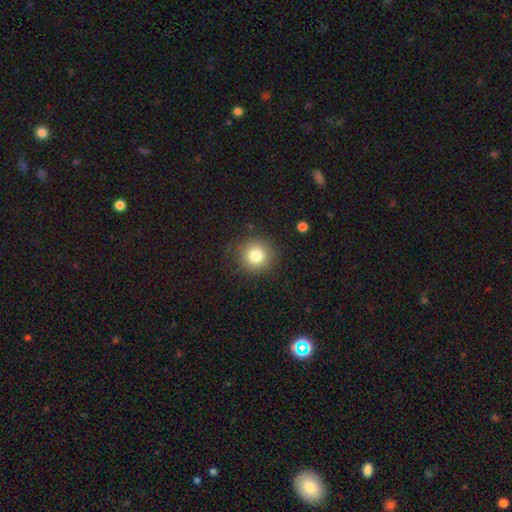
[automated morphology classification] Smooth or featured? Predicted: smooth (p=0.80). How rounded? Predicted: round (p=0.94). Merging? Predicted: none (p=0.86).